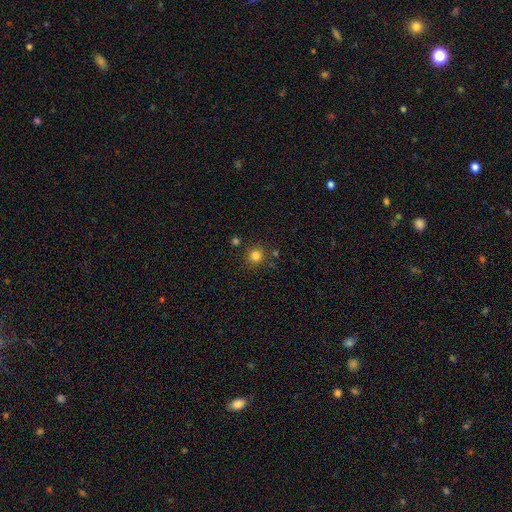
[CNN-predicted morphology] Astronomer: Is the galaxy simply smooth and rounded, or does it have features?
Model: smooth — 81%.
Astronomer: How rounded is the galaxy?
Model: round — 92%.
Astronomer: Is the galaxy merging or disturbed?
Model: none — 83%.